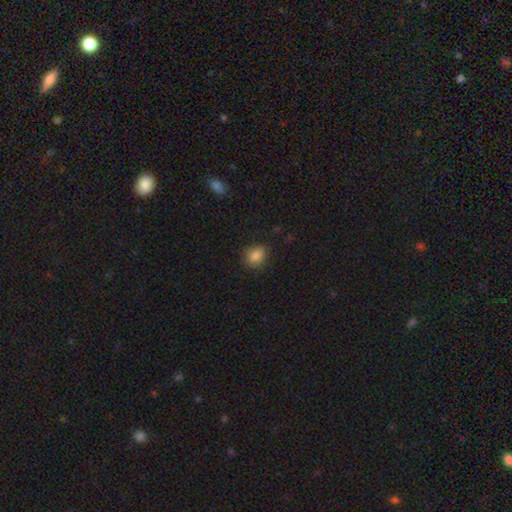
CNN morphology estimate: smooth 85%, star or artifact 10%, featured or disk 5%. Down the decision tree: how rounded — in between (55%); merging — none (79%).